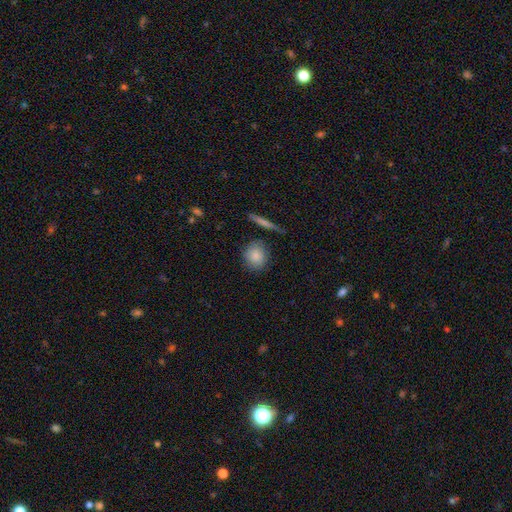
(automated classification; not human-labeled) smooth_or_featured: smooth (p=0.86) [alt: star or artifact p=0.07]
how_rounded: round (p=0.74) [alt: in between p=0.23]
merging: none (p=0.79) [alt: minor disturbance p=0.12]